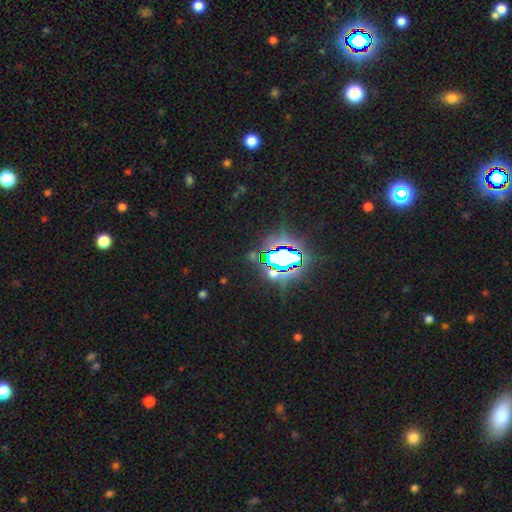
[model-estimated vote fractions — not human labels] Smooth or featured: star or artifact — 78% (smooth — 13%)